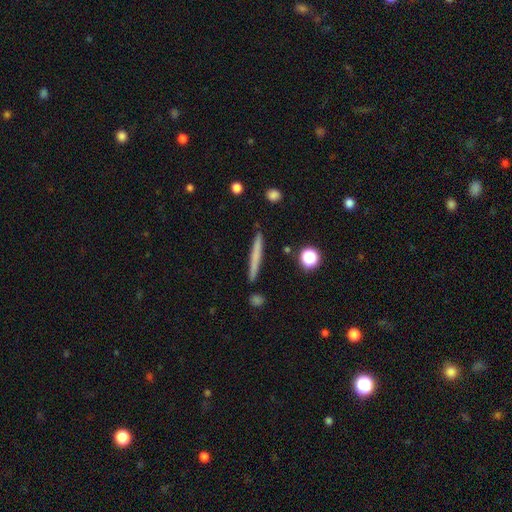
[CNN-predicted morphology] A smooth galaxy with no disk features (62%) that is cigar-shaped (96%). Merging: none (89%).